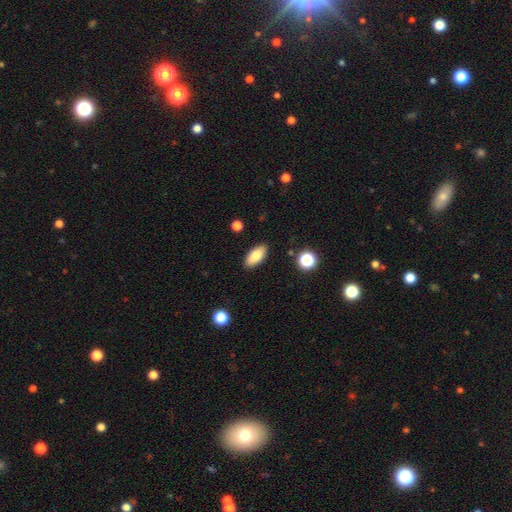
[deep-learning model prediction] This appears to be a smooth galaxy with no disk features (81%) that is in between round and cigar-shaped (88%). Merging: none (89%).